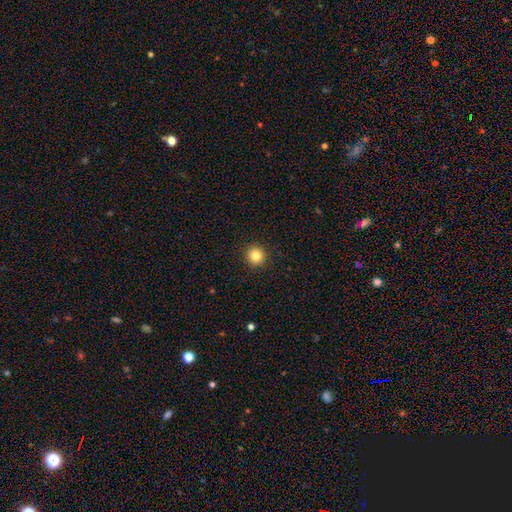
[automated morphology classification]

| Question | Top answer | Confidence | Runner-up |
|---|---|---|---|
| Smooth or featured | smooth | 83% | star or artifact (11%) |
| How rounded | round | 95% | in between (4%) |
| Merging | none | 93% | minor disturbance (4%) |